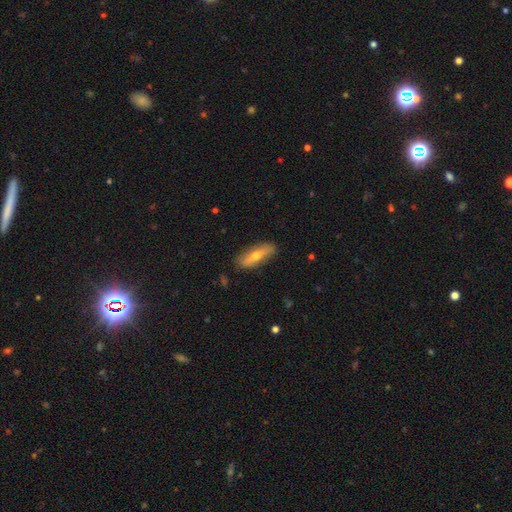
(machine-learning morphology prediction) The model was most divided on "smooth or featured": featured or disk: 48%, smooth: 45%, star or artifact: 7%. More confident: merging — none (84%).